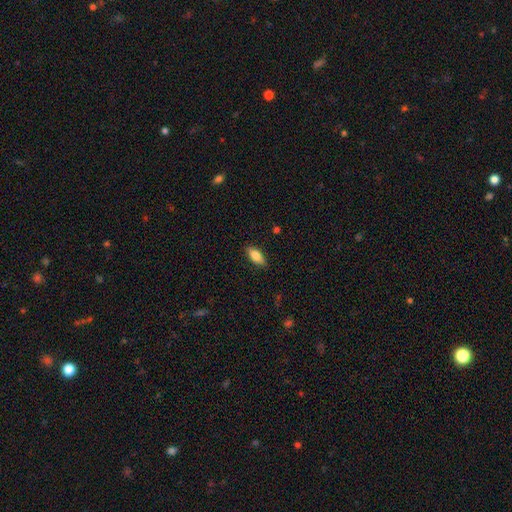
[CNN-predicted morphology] Overall: smooth (79%). How rounded: in between (82%). Merging: none (87%).